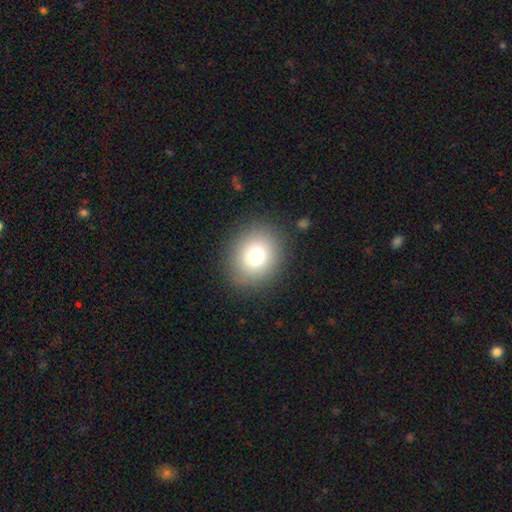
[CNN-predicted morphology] This appears to be a smooth galaxy with no disk features (76%) that is round (70%). Merging: none (88%).